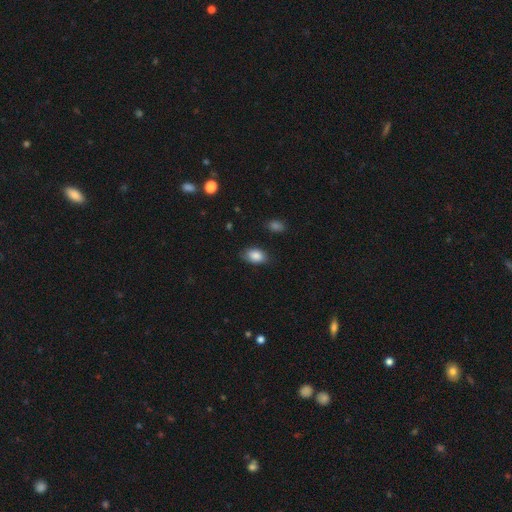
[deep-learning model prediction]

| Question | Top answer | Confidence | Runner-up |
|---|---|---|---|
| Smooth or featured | smooth | 86% | star or artifact (8%) |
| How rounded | in between | 88% | round (11%) |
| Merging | none | 80% | minor disturbance (15%) |